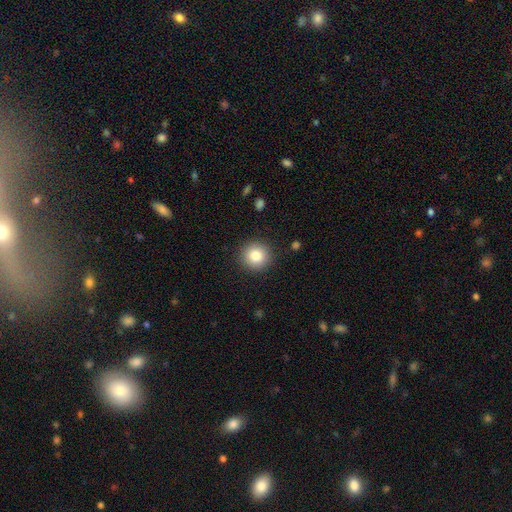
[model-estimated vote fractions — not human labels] Q: Smooth or featured?
A: smooth (82%); runner-up: star or artifact (10%)
Q: How rounded?
A: round (94%); runner-up: in between (5%)
Q: Merging?
A: none (90%); runner-up: minor disturbance (6%)